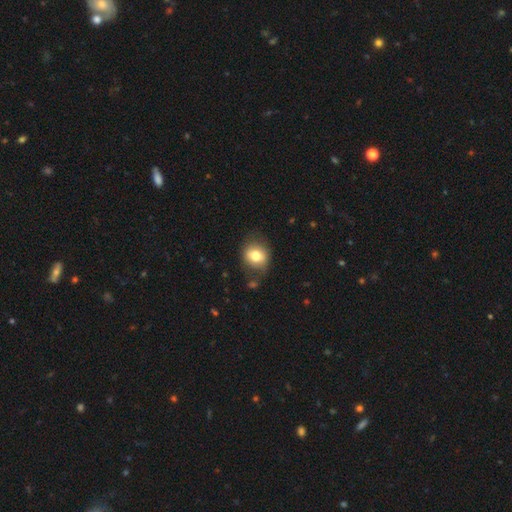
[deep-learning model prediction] Smooth or featured?
  - smooth: 74% *
  - featured or disk: 17%
  - star or artifact: 9%
How rounded?
  - round: 67% *
  - in between: 32%
  - cigar-shaped: 1%
Merging?
  - none: 70% *
  - minor disturbance: 20%
  - major disturbance: 7%
  - merger: 4%